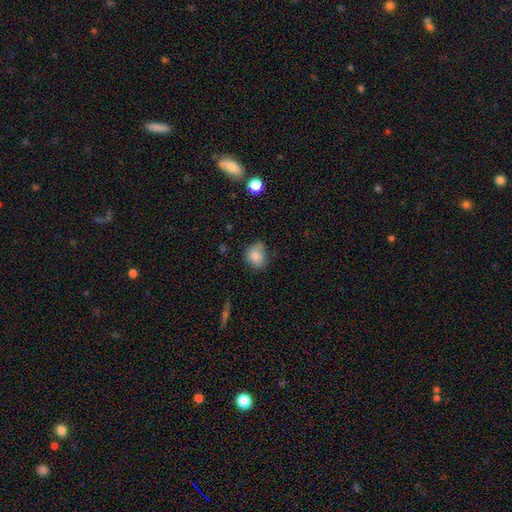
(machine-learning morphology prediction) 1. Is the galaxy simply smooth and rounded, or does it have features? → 83% smooth, 9% star or artifact, 8% featured or disk.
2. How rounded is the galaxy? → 59% round, 40% in between, 1% cigar-shaped.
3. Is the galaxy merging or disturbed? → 57% none, 32% minor disturbance, 7% major disturbance, 3% merger.